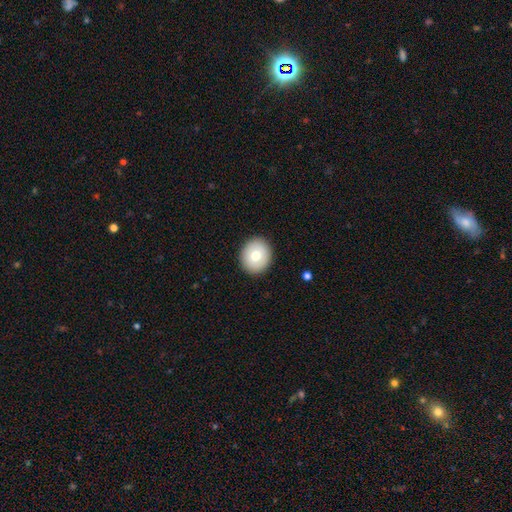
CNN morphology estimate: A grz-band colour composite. It shows a smooth galaxy with no disk features (73%) that is round (80%). Merging: none (91%).